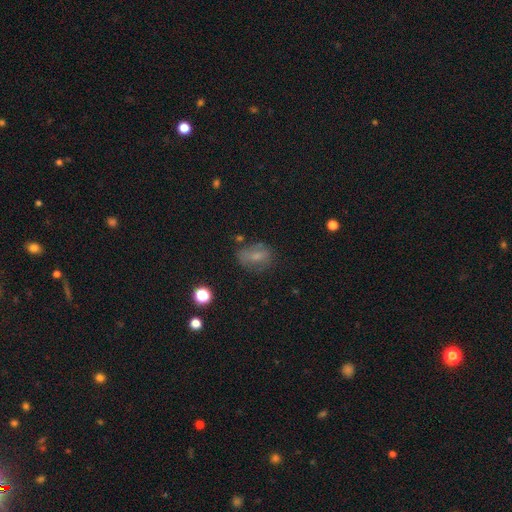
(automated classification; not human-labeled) Smooth or featured: smooth — 59% (featured or disk — 25%)
How rounded: in between — 74% (round — 23%)
Merging: none — 63% (minor disturbance — 22%)